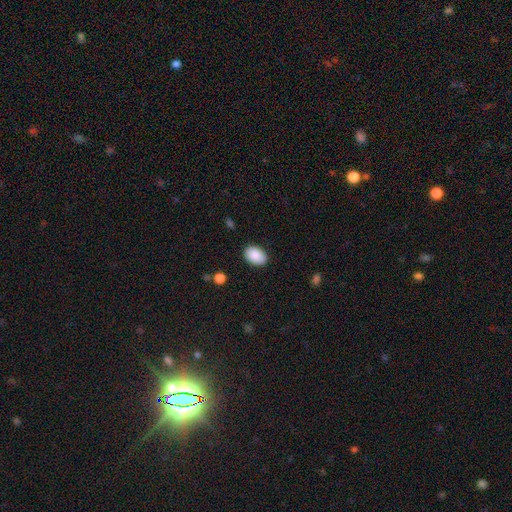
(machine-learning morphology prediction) Smooth or featured?
  - smooth: 90% *
  - star or artifact: 7%
  - featured or disk: 4%
How rounded?
  - in between: 86% *
  - round: 13%
  - cigar-shaped: 1%
Merging?
  - none: 87% *
  - minor disturbance: 9%
  - major disturbance: 2%
  - merger: 1%